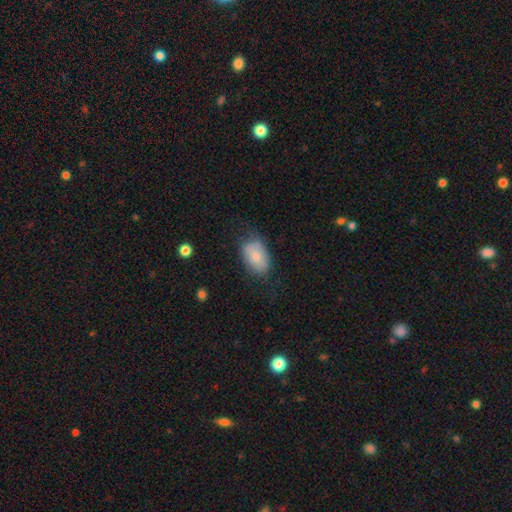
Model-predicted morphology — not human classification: The model was most divided on "merging": none: 62%, minor disturbance: 27%, major disturbance: 9%, merger: 2%. More confident: how rounded — in between (89%); smooth or featured — smooth (76%).